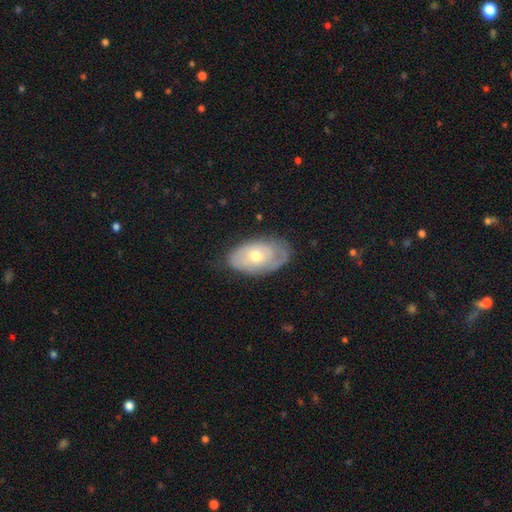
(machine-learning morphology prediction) The model was most divided on "spiral arms": yes: 55%, no: 45%. More confident: edge-on disk — no (91%); bar — no (82%); bulge size — moderate (67%); merging — none (66%); smooth or featured — featured or disk (56%).